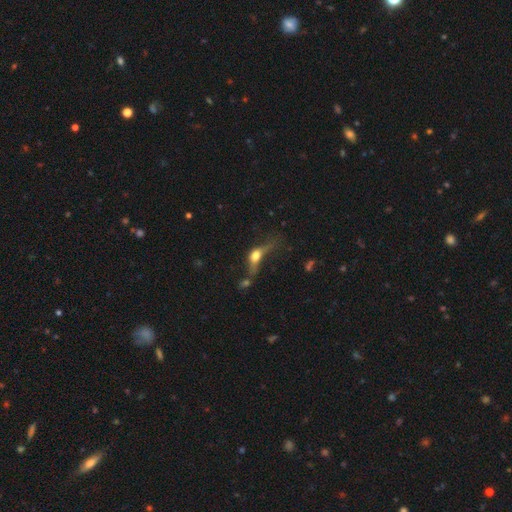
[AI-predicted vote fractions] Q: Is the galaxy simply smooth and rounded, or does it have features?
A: smooth — 49%.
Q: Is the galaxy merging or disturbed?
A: major disturbance — 42%.